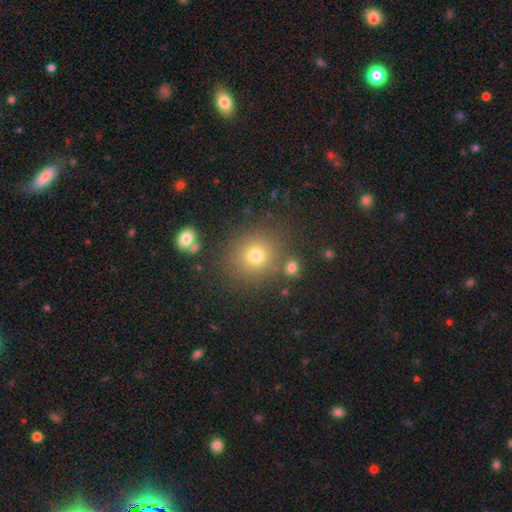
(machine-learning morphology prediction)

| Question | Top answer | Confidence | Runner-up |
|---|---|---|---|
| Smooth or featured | smooth | 74% | star or artifact (17%) |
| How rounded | round | 85% | in between (14%) |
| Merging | none | 81% | minor disturbance (9%) |